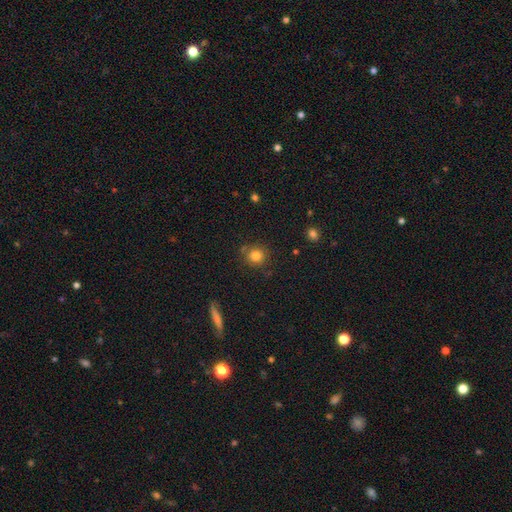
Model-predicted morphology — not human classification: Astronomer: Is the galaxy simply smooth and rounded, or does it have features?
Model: smooth — 81%.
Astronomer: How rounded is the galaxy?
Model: round — 90%.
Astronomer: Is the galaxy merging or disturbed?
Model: none — 79%.